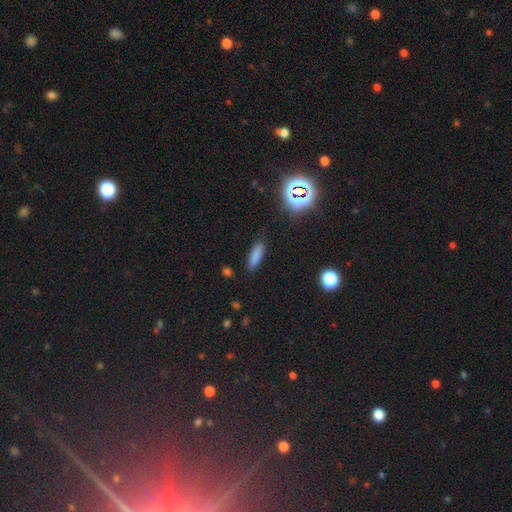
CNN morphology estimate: A smooth galaxy with no disk features (81%) that is cigar-shaped (55%).

Vote fractions:
- Smooth or featured? smooth: 81% / star or artifact: 12% / featured or disk: 7%
- How rounded? cigar-shaped: 55% / in between: 43% / round: 2%
- Merging? none: 86% / minor disturbance: 10% / major disturbance: 3% / merger: 1%